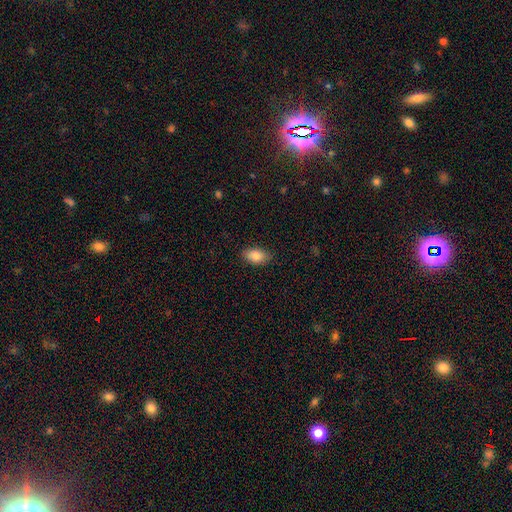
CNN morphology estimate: A smooth galaxy with no disk features (84%) that is in between round and cigar-shaped (90%). Merging: none (85%).